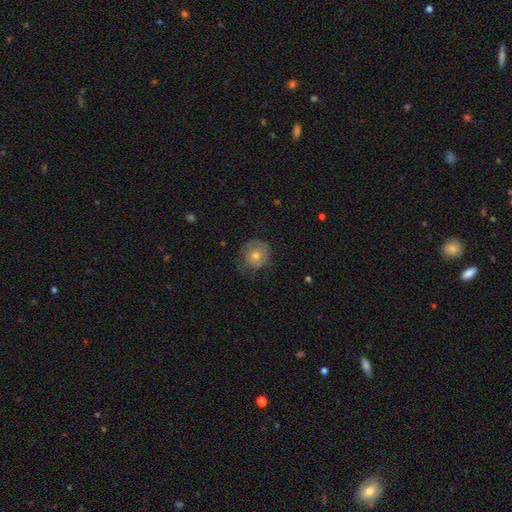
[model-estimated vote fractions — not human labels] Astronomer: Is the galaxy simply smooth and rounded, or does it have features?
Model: smooth — 55% (runner-up: featured or disk, 38%).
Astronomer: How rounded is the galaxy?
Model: round — 86%.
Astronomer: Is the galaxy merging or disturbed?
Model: none — 60%.